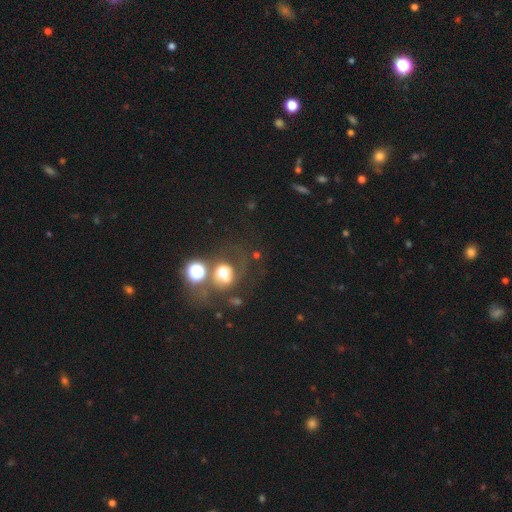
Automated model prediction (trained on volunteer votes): A smooth galaxy with no disk features (41%).

Vote fractions:
- Smooth or featured? smooth: 41% / featured or disk: 30% / star or artifact: 29%
- Merging? none: 49% / merger: 22% / minor disturbance: 15% / major disturbance: 14%